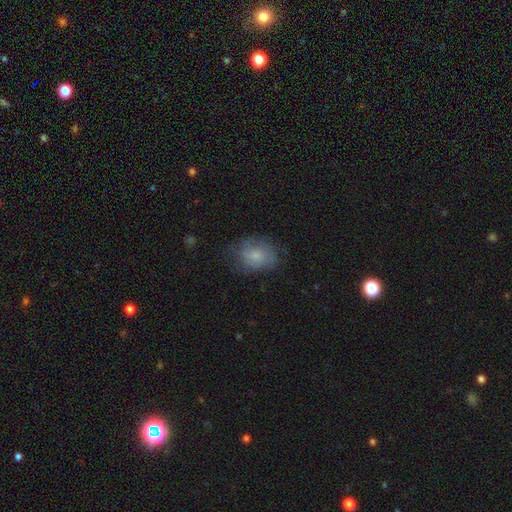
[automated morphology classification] A smooth galaxy with no disk features (63%) that is in between round and cigar-shaped (57%).

Vote fractions:
- Smooth or featured? smooth: 63% / featured or disk: 28% / star or artifact: 9%
- How rounded? in between: 57% / round: 42% / cigar-shaped: 1%
- Merging? none: 61% / minor disturbance: 25% / major disturbance: 12% / merger: 1%